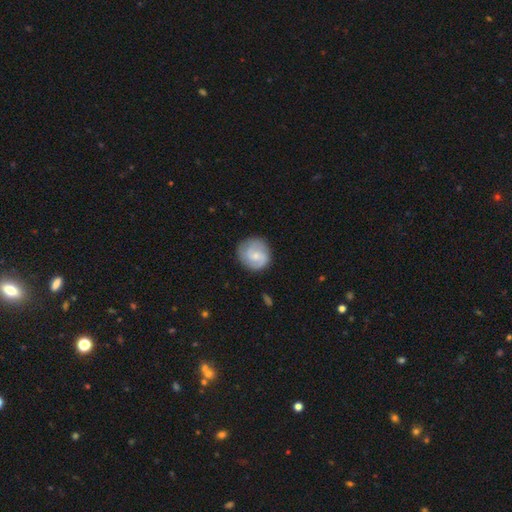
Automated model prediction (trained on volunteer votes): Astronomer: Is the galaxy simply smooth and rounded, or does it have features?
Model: featured or disk — 60% (runner-up: smooth, 35%).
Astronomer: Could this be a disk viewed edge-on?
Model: no — 98%.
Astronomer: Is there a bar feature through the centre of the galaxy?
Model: no — 56% (runner-up: weak, 39%).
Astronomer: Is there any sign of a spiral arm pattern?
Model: yes — 91%.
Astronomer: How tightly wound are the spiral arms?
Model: medium — 43% (runner-up: tight, 39%).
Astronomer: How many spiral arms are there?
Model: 2 — 70%.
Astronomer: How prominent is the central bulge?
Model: small — 61%.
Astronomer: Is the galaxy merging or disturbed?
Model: none — 82%.